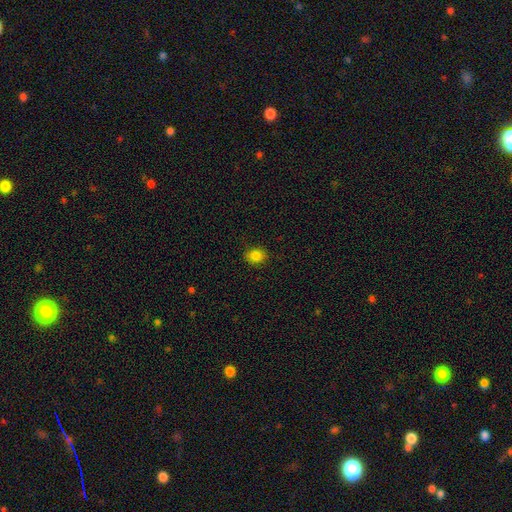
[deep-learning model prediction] Morphology: type=smooth (83%); roundness=round (62%); merging=none (87%).